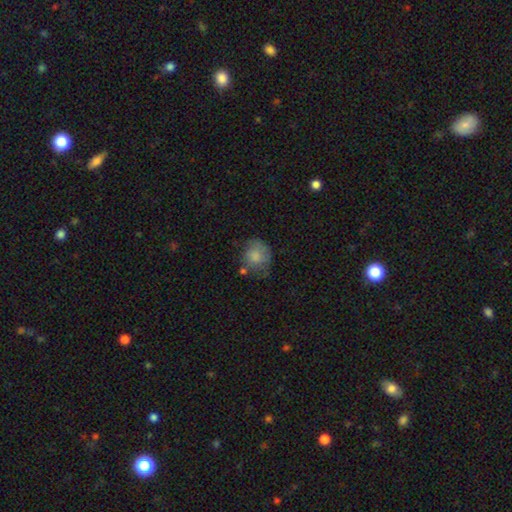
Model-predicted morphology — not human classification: smooth_or_featured: smooth (p=0.74) [alt: featured or disk p=0.18]
how_rounded: round (p=0.76) [alt: in between p=0.23]
merging: none (p=0.51) [alt: minor disturbance p=0.29]